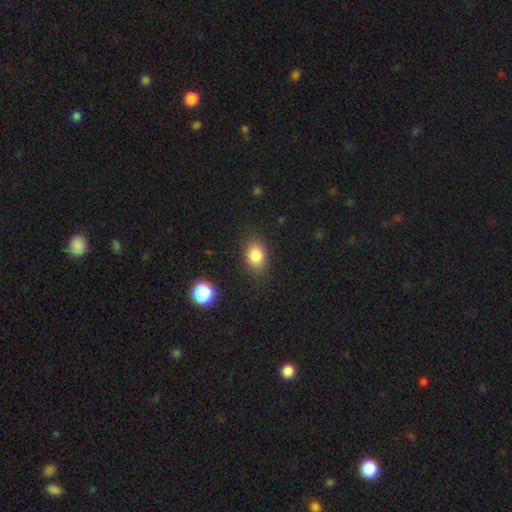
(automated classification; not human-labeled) A smooth galaxy with no disk features (84%) that is in between round and cigar-shaped (79%). Merging: none (83%).